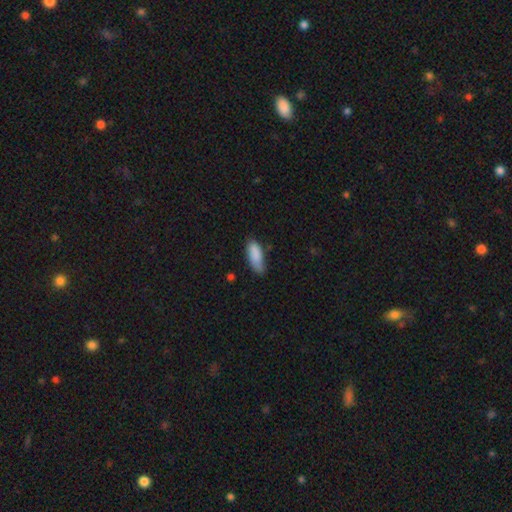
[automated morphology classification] Smooth or featured? Predicted: smooth (p=0.86). How rounded? Predicted: in between (p=0.74). Merging? Predicted: none (p=0.64).